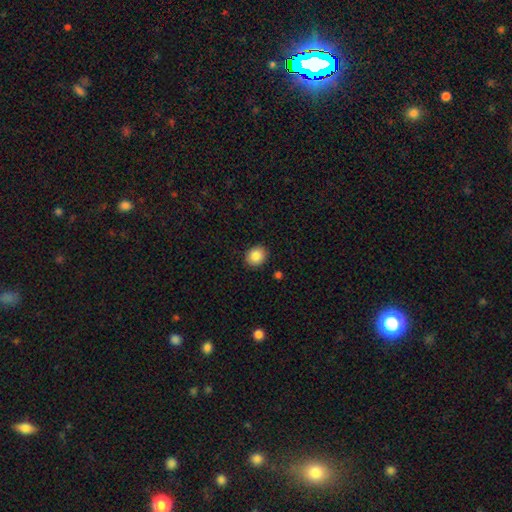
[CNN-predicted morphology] This appears to be a smooth galaxy with no disk features (86%) that is round (69%). Merging: none (90%).